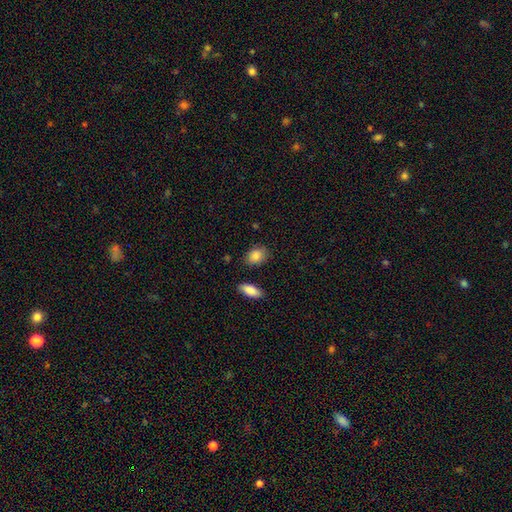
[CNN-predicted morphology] Smooth or featured: smooth — 87% (star or artifact — 7%)
How rounded: in between — 77% (round — 21%)
Merging: none — 81% (minor disturbance — 13%)